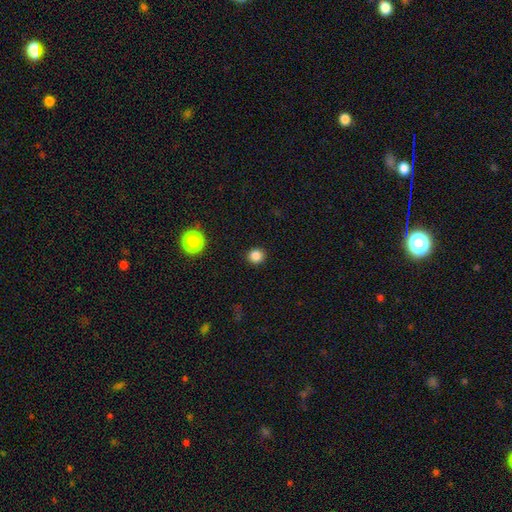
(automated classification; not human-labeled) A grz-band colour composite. It shows a smooth galaxy with no disk features (84%) that is round (91%). Merging: none (92%).